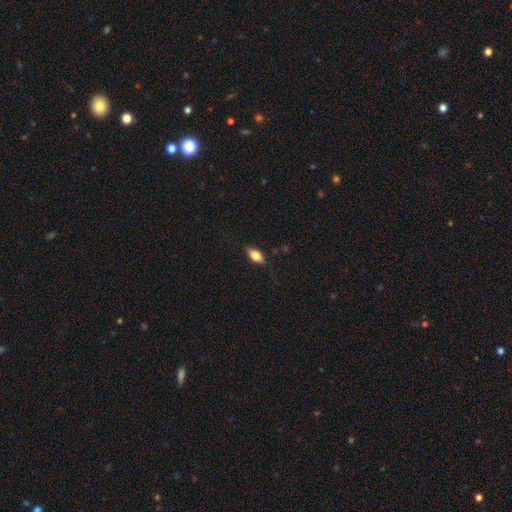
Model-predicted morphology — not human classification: Q: Smooth or featured?
A: smooth (74%); runner-up: featured or disk (18%)
Q: How rounded?
A: in between (86%); runner-up: cigar-shaped (7%)
Q: Merging?
A: none (82%); runner-up: minor disturbance (14%)